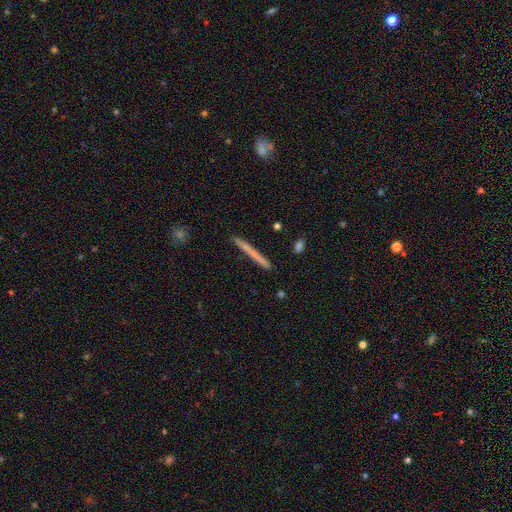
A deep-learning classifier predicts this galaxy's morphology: Smooth or featured: smooth — 61% (featured or disk — 33%)
How rounded: cigar-shaped — 97% (in between — 2%)
Merging: none — 90% (minor disturbance — 7%)